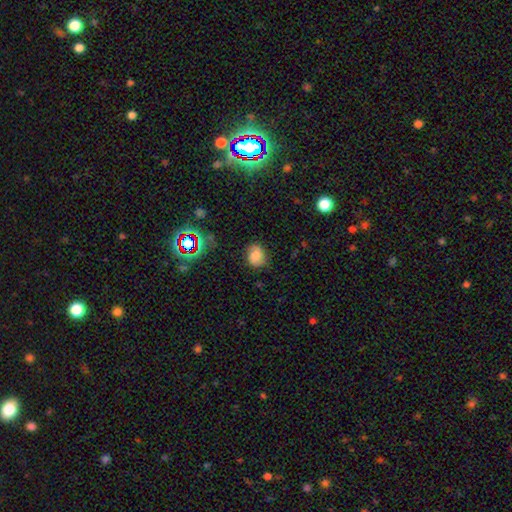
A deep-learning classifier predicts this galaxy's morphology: Smooth or featured? Predicted: smooth (p=0.65). How rounded? Predicted: round (p=0.58). Merging? Predicted: none (p=0.72).